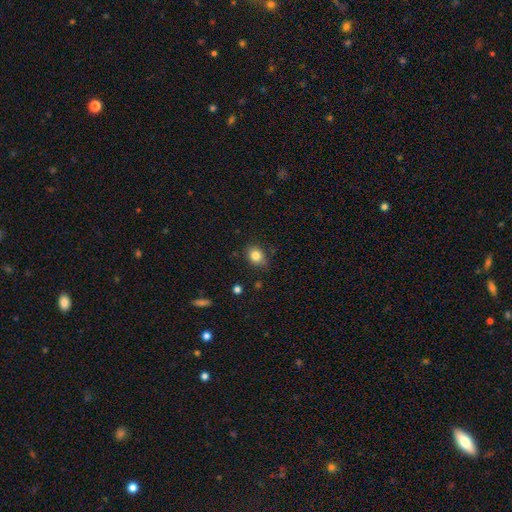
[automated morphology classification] Smooth or featured? smooth (83%)
How rounded? round (51%)
Merging? none (78%)